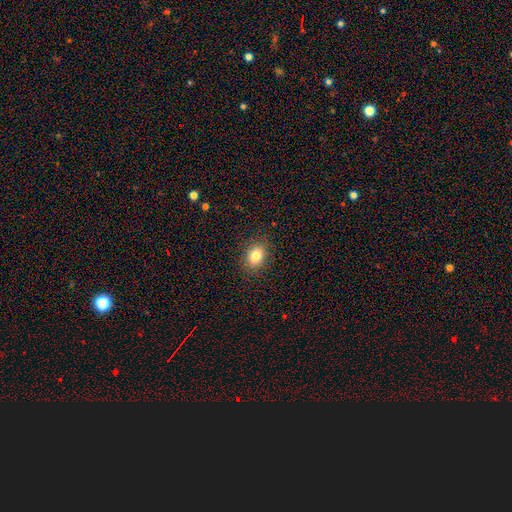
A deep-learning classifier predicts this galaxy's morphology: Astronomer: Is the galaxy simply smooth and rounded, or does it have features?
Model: smooth — 82%.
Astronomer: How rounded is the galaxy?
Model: in between — 68%.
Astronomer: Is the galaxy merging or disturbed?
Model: none — 88%.